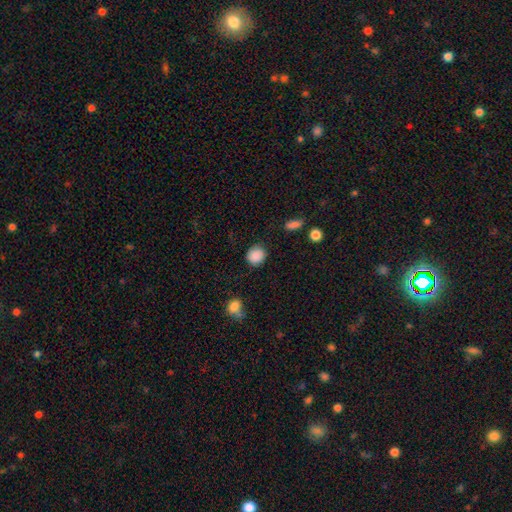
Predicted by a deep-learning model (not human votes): smooth 88%, star or artifact 8%, featured or disk 3%. Down the decision tree: how rounded — round (82%); merging — none (85%).